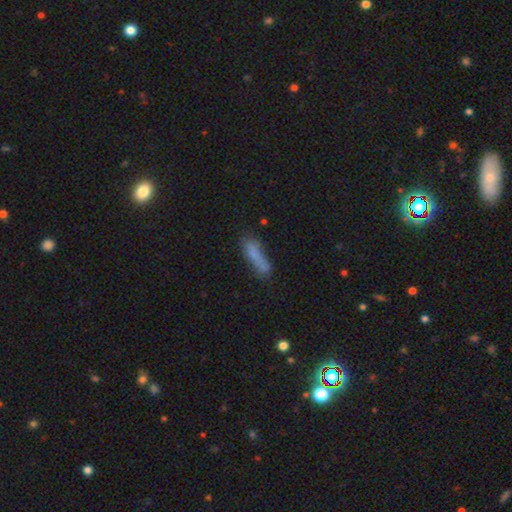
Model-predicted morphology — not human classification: smooth-or-featured: smooth: 74% | featured or disk: 16% | star or artifact: 10%
  how-rounded: cigar-shaped: 78% | in between: 20% | round: 2%
  merging: none: 61% | minor disturbance: 22% | major disturbance: 9% | merger: 8%